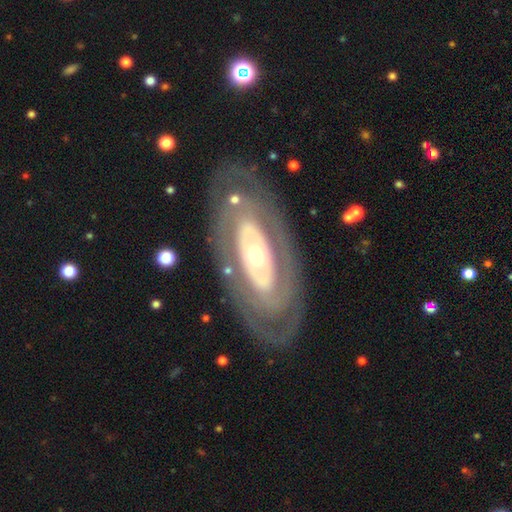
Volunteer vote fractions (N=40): Smooth or featured?
  - featured or disk: 78% *
  - smooth: 22%
  - star or artifact: 0%
Edge-on disk?
  - no: 84% *
  - yes: 16%
Bar?
  - no: 73% *
  - strong: 15%
  - weak: 12%
Spiral arms?
  - yes: 65% *
  - no: 35%
Spiral winding?
  - tight: 65% *
  - medium: 29%
  - loose: 6%
Spiral arm count?
  - can't tell: 59% *
  - 2: 35%
  - 3: 6%
  - 1: 0%
  - 4: 0%
  - more than 4: 0%
Bulge size?
  - moderate: 50% *
  - small: 42%
  - large: 8%
  - dominant: 0%
  - none: 0%
Merging?
  - none: 78% *
  - major disturbance: 12%
  - minor disturbance: 10%
  - merger: 0%